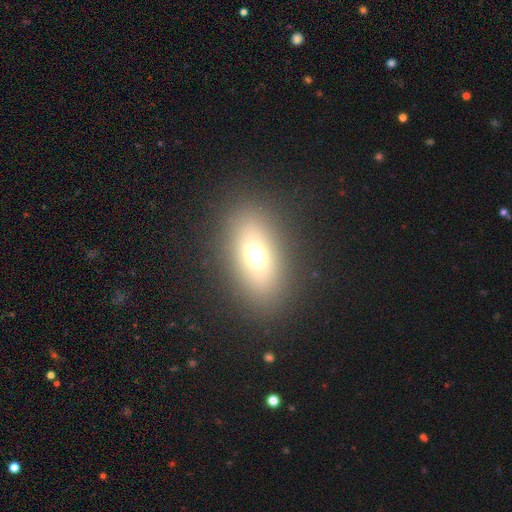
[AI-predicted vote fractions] Smooth or featured?
  - smooth: 64% *
  - featured or disk: 21%
  - star or artifact: 15%
How rounded?
  - in between: 79% *
  - round: 16%
  - cigar-shaped: 5%
Merging?
  - none: 86% *
  - minor disturbance: 8%
  - major disturbance: 5%
  - merger: 1%